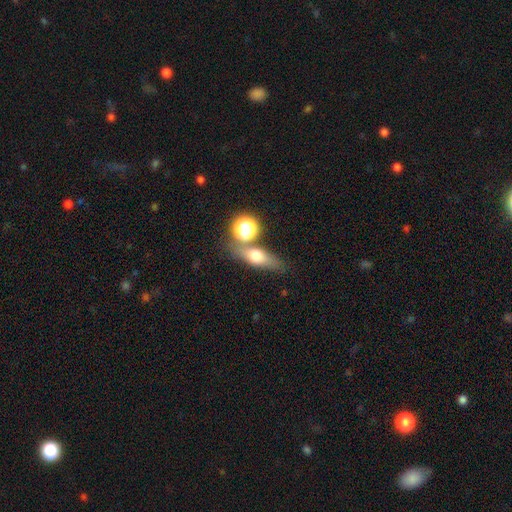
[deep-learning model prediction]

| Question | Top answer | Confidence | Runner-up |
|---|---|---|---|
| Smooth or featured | smooth | 56% | featured or disk (32%) |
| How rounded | in between | 45% | cigar-shaped (32%) |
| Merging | none | 63% | merger (19%) |